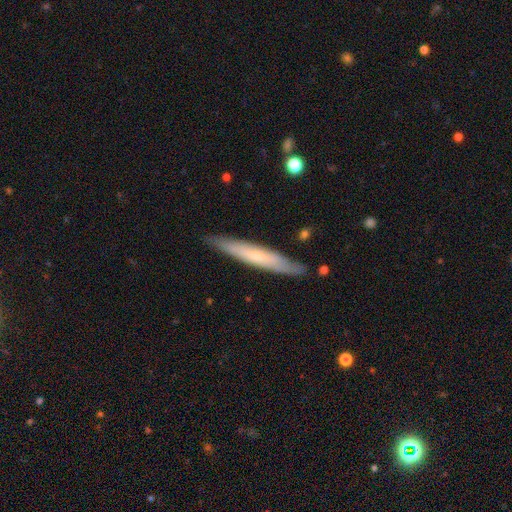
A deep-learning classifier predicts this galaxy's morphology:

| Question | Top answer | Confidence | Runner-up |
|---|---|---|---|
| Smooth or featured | featured or disk | 49% | smooth (44%) |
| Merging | none | 87% | minor disturbance (10%) |